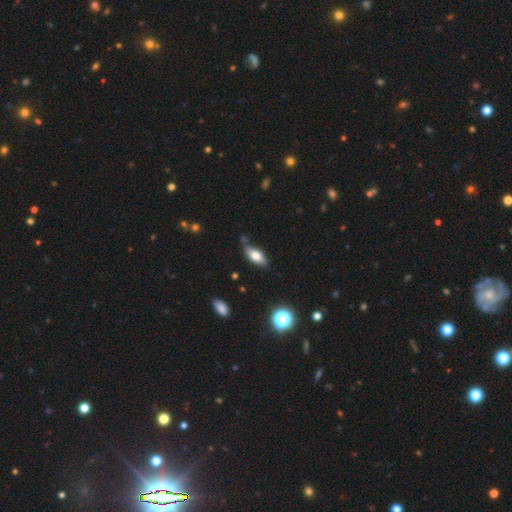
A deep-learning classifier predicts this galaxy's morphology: Smooth or featured? Predicted: smooth (p=0.70). How rounded? Predicted: in between (p=0.84). Merging? Predicted: none (p=0.70).